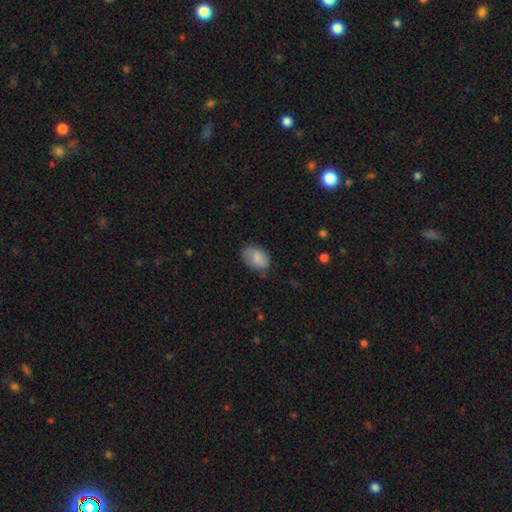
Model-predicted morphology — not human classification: Smooth or featured?
  - smooth: 83% *
  - featured or disk: 11%
  - star or artifact: 7%
How rounded?
  - in between: 85% *
  - round: 14%
  - cigar-shaped: 1%
Merging?
  - none: 77% *
  - minor disturbance: 18%
  - major disturbance: 4%
  - merger: 1%